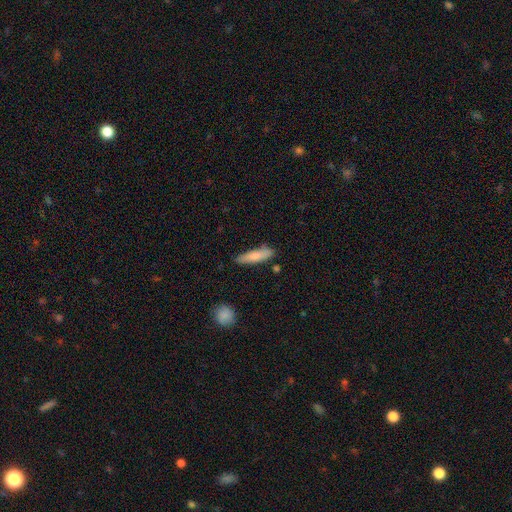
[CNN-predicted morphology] A smooth galaxy with no disk features (79%) that is cigar-shaped (75%).

Vote fractions:
- Smooth or featured? smooth: 79% / featured or disk: 15% / star or artifact: 6%
- How rounded? cigar-shaped: 75% / in between: 23% / round: 2%
- Merging? none: 79% / minor disturbance: 15% / merger: 3% / major disturbance: 3%